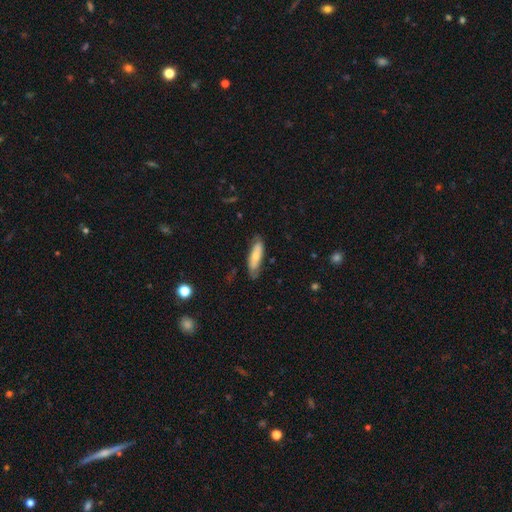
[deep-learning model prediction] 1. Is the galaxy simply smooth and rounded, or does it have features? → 65% smooth, 29% featured or disk, 6% star or artifact.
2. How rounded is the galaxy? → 53% cigar-shaped, 45% in between, 2% round.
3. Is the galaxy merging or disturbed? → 69% none, 23% minor disturbance, 6% major disturbance, 2% merger.